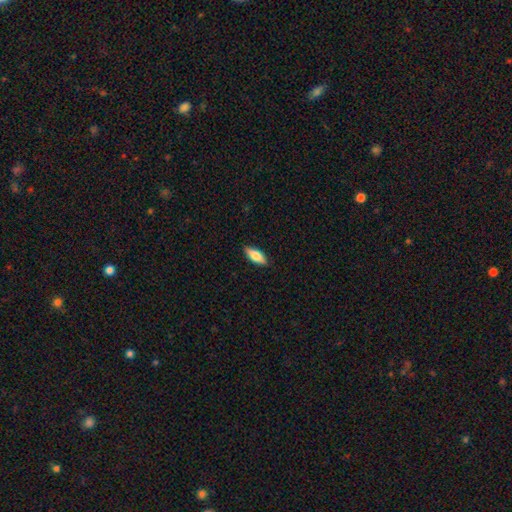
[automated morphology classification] The model was most divided on "how rounded": in between: 70%, cigar-shaped: 27%, round: 3%. More confident: merging — none (88%); smooth or featured — smooth (69%).